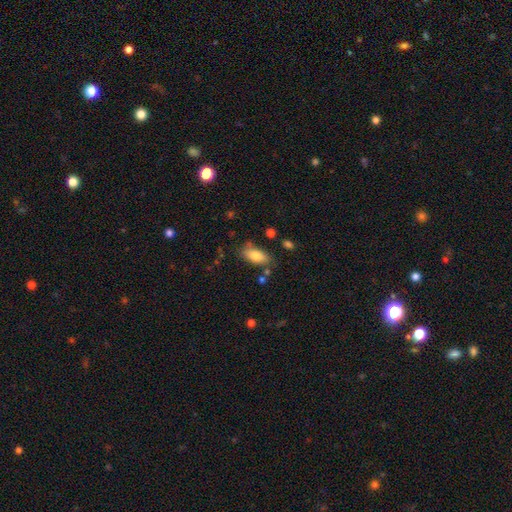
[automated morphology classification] Smooth or featured? Predicted: smooth (p=0.80). How rounded? Predicted: in between (p=0.87). Merging? Predicted: none (p=0.76).